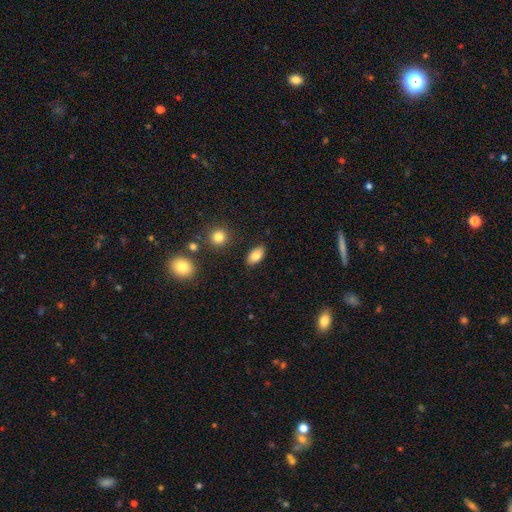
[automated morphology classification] Smooth or featured: smooth — 82% (featured or disk — 9%)
How rounded: in between — 91% (round — 6%)
Merging: none — 87% (minor disturbance — 9%)